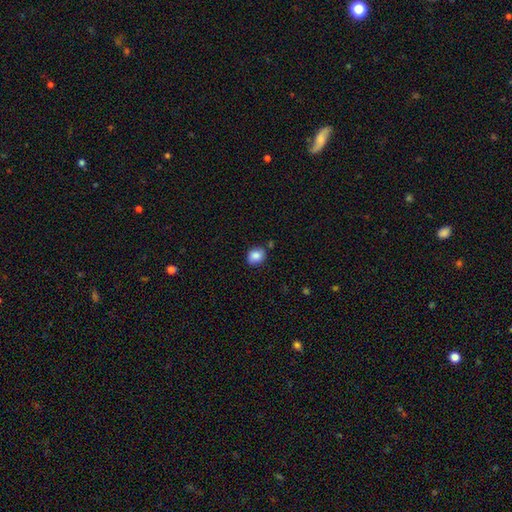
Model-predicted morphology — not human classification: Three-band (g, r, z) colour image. It shows a smooth galaxy with no disk features (85%) that is round (60%). Merging: none (79%).